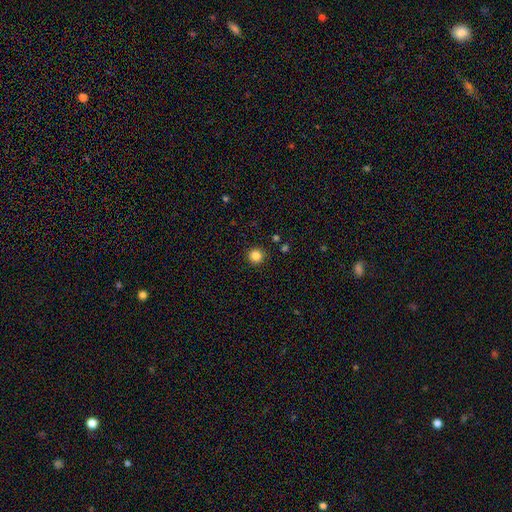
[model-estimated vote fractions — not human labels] Smooth or featured?
  - smooth: 84% *
  - star or artifact: 12%
  - featured or disk: 4%
How rounded?
  - round: 95% *
  - in between: 4%
  - cigar-shaped: 1%
Merging?
  - none: 92% *
  - minor disturbance: 5%
  - major disturbance: 2%
  - merger: 1%